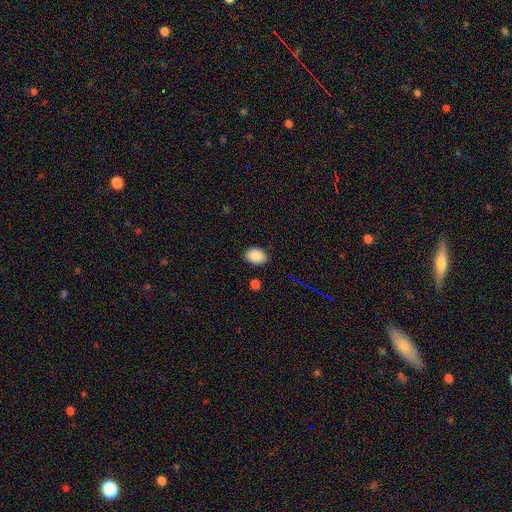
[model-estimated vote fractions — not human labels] Smooth or featured?
  - smooth: 88% *
  - star or artifact: 8%
  - featured or disk: 4%
How rounded?
  - in between: 74% *
  - round: 25%
  - cigar-shaped: 1%
Merging?
  - none: 85% *
  - minor disturbance: 11%
  - major disturbance: 2%
  - merger: 2%